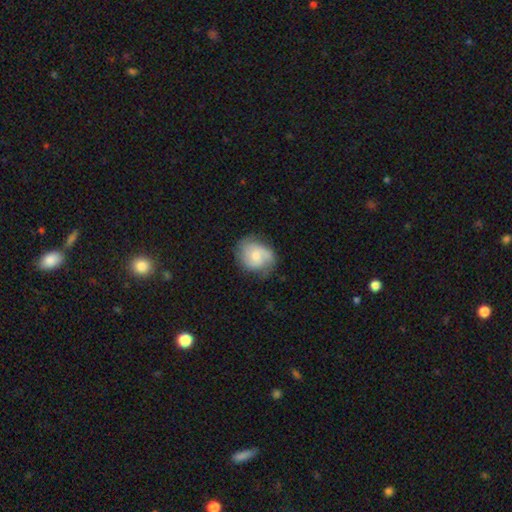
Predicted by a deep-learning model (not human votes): The model was most divided on "bulge size": moderate: 47%, small: 46%, large: 3%, none: 3%, dominant: 1%. More confident: edge-on disk — no (97%); spiral arms — yes (88%); bar — no (68%); merging — none (65%); smooth or featured — featured or disk (56%).